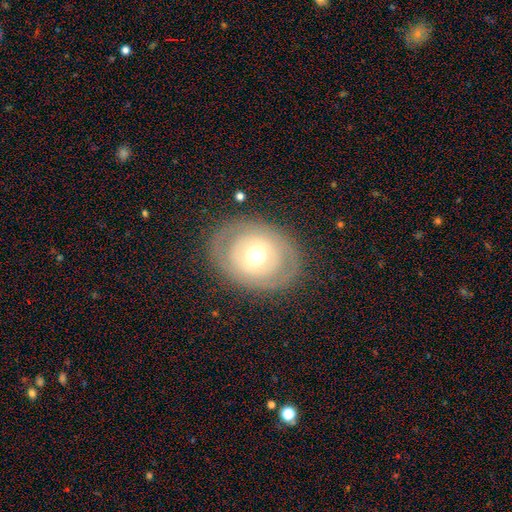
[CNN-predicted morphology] The model was most divided on "smooth or featured": featured or disk: 50%, smooth: 43%, star or artifact: 7%. More confident: merging — none (82%).